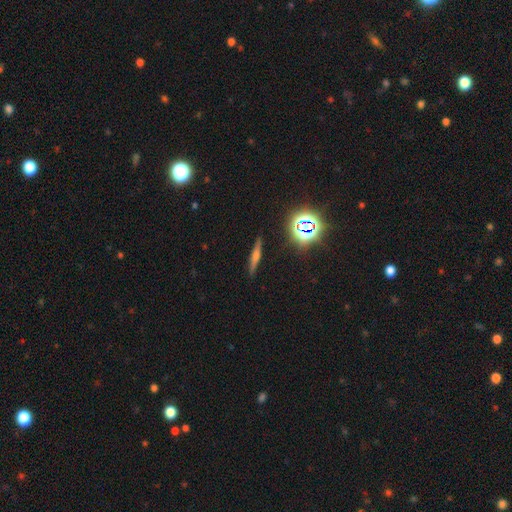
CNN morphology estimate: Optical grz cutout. It shows a featured or disk galaxy (50%). Merging: none (89%).